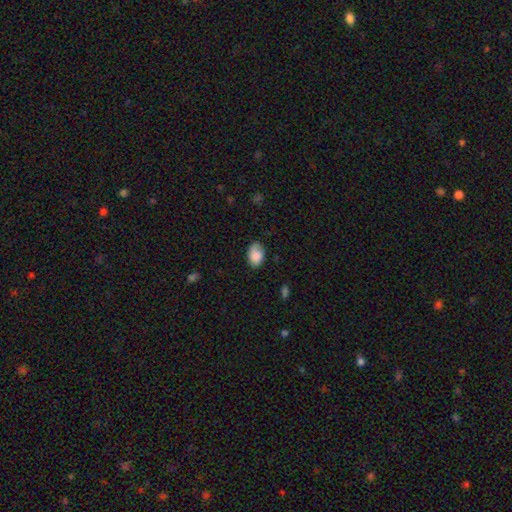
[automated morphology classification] Smooth or featured: smooth — 81% (featured or disk — 12%)
How rounded: in between — 88% (round — 11%)
Merging: none — 67% (minor disturbance — 26%)